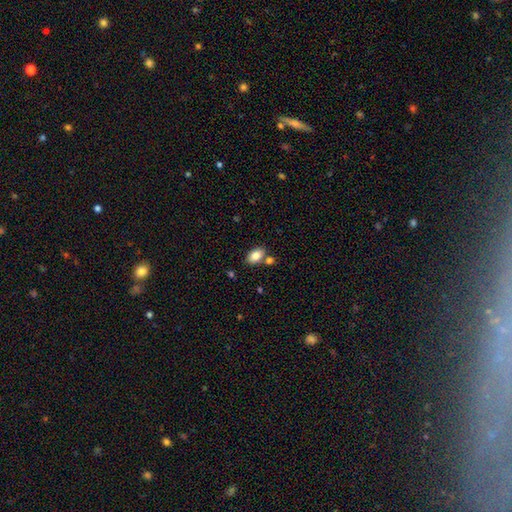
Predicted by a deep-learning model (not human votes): smooth-or-featured: smooth: 85% | star or artifact: 8% | featured or disk: 7%
  how-rounded: in between: 91% | round: 7% | cigar-shaped: 2%
  merging: none: 72% | merger: 14% | minor disturbance: 11% | major disturbance: 3%